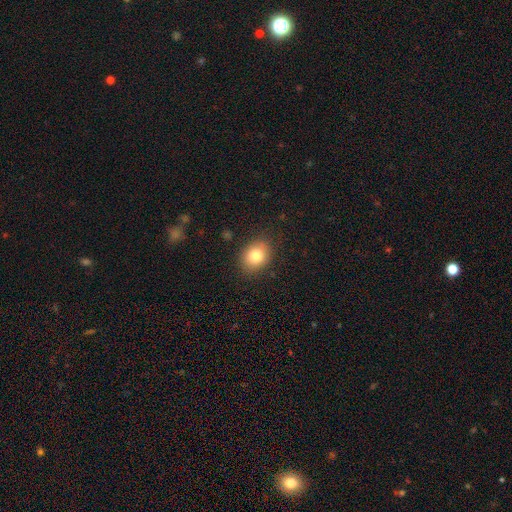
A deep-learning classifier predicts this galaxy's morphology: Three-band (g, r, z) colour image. It shows a smooth galaxy with no disk features (81%) that is in between round and cigar-shaped (58%). Merging: none (86%).